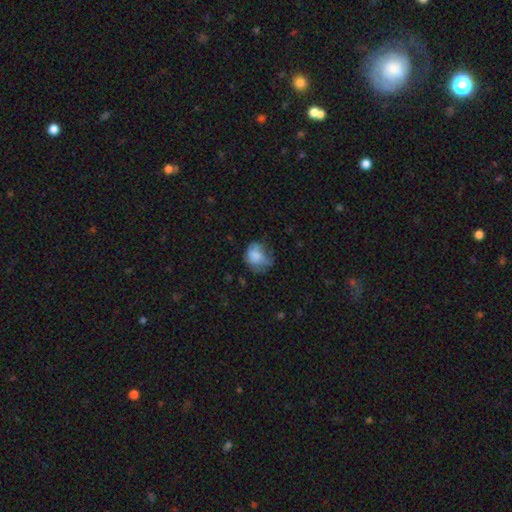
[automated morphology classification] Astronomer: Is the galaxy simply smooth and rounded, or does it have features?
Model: smooth — 71%.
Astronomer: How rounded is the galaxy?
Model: round — 53% (runner-up: in between, 46%).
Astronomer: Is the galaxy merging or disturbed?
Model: none — 39% (runner-up: minor disturbance, 32%).